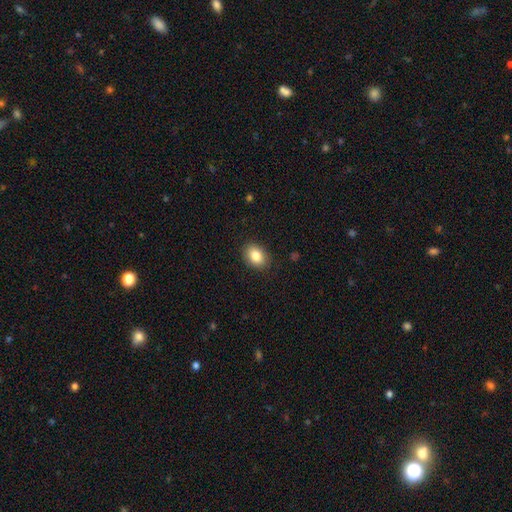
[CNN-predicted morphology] A smooth galaxy with no disk features (85%) that is in between round and cigar-shaped (72%). Merging: none (88%).